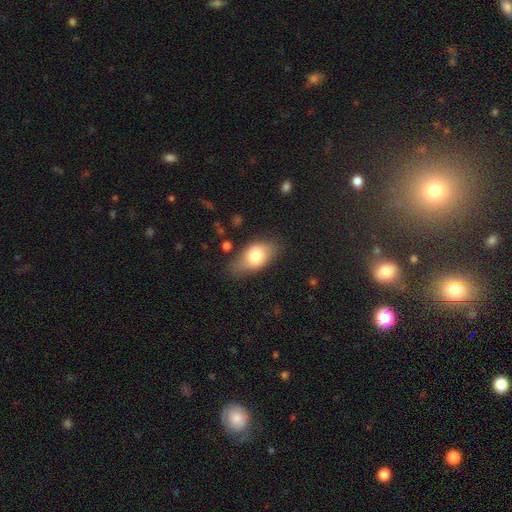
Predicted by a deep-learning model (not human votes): A smooth galaxy with no disk features (76%) that is in between round and cigar-shaped (88%). Merging: none (66%).